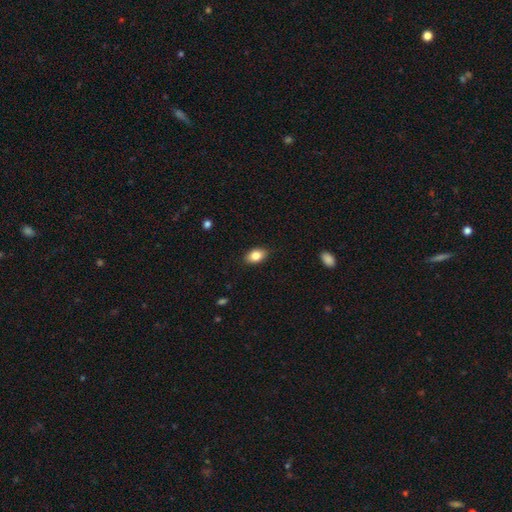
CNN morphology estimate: This is clearly a smooth galaxy (84%). How rounded: clearly in between (87%). Merging: clearly none (87%).